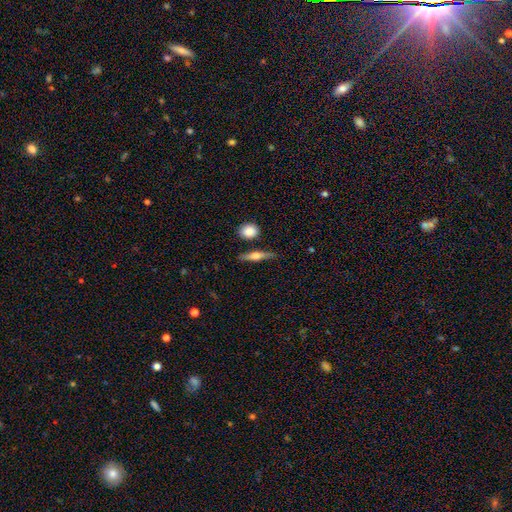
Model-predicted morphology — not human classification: The model was most divided on "smooth or featured": featured or disk: 50%, smooth: 43%, star or artifact: 7%. More confident: merging — none (80%).